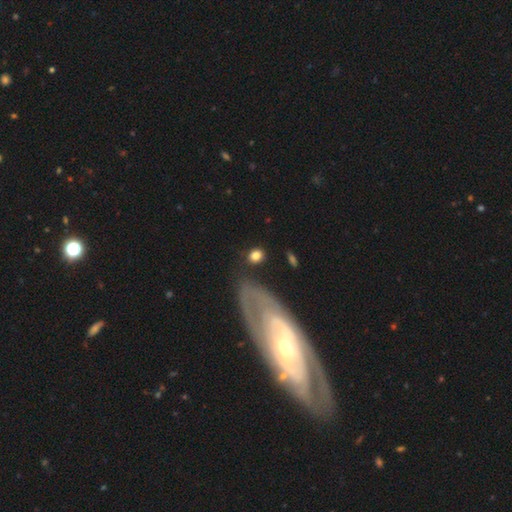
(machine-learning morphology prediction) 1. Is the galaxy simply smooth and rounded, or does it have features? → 81% smooth, 11% featured or disk, 8% star or artifact.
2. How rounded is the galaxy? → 61% round, 37% in between, 3% cigar-shaped.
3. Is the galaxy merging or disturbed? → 74% none, 13% minor disturbance, 7% major disturbance, 6% merger.